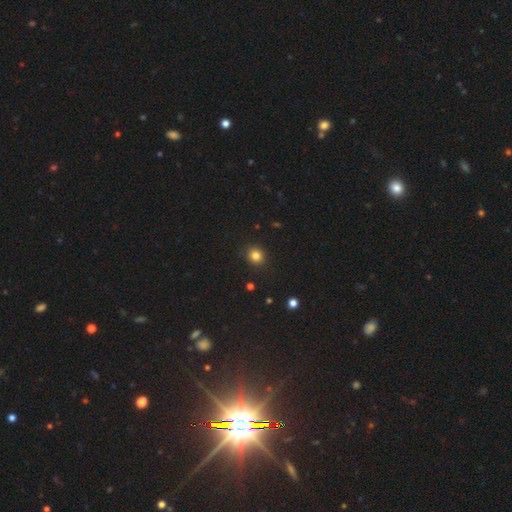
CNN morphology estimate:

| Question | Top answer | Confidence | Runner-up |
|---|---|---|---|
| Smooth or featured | smooth | 82% | star or artifact (13%) |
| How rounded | round | 81% | in between (18%) |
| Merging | none | 90% | minor disturbance (7%) |